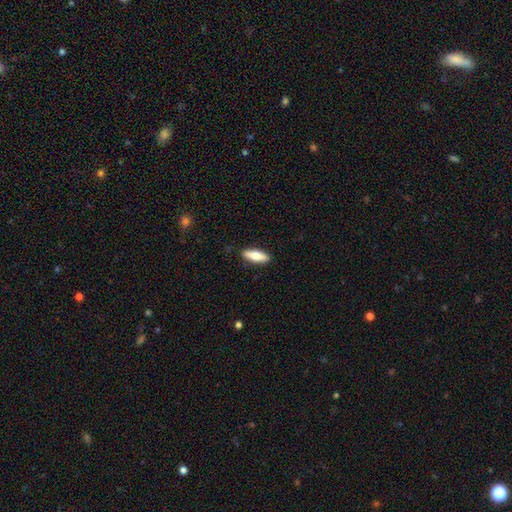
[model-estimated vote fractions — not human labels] A smooth galaxy with no disk features (71%) that is in between round and cigar-shaped (54%).

Vote fractions:
- Smooth or featured? smooth: 71% / featured or disk: 23% / star or artifact: 6%
- How rounded? in between: 54% / cigar-shaped: 44% / round: 2%
- Merging? none: 89% / minor disturbance: 8% / major disturbance: 2% / merger: 1%